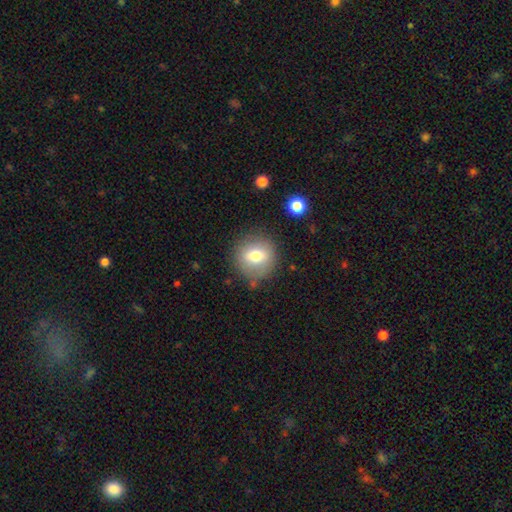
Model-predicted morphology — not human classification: Overall: smooth (73%). How rounded: round (89%). Merging: none (81%).